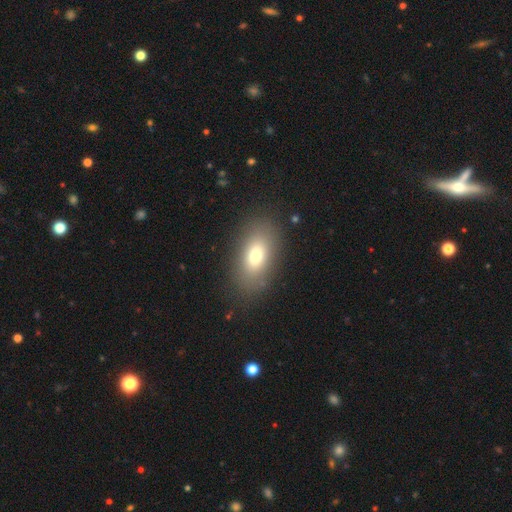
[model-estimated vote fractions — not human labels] Q: Smooth or featured?
A: smooth (74%); runner-up: featured or disk (16%)
Q: How rounded?
A: in between (86%); runner-up: round (10%)
Q: Merging?
A: none (85%); runner-up: minor disturbance (10%)